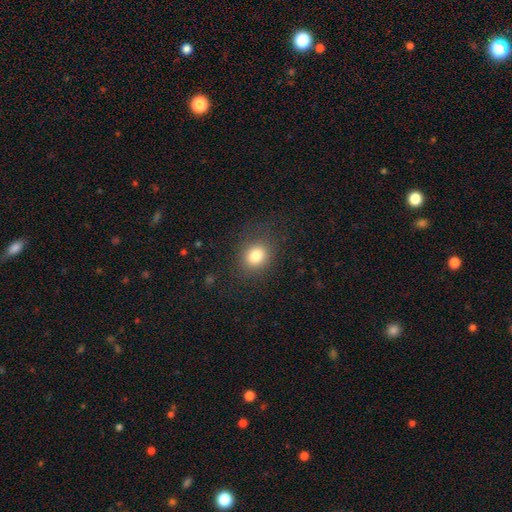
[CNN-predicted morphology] A smooth galaxy with no disk features (81%) that is round (58%). Merging: none (82%).